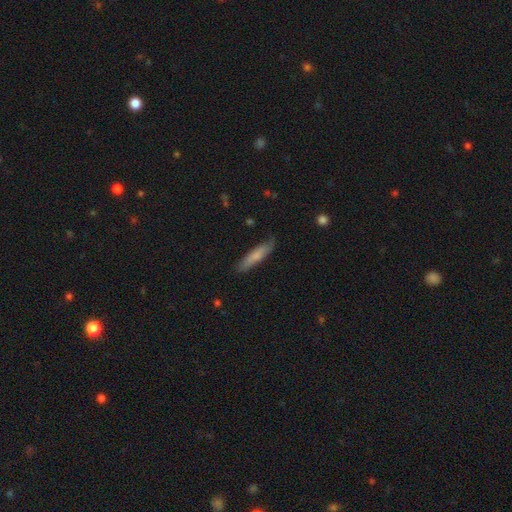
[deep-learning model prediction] Morphology: type=smooth (72%); roundness=cigar-shaped (84%); merging=none (82%).